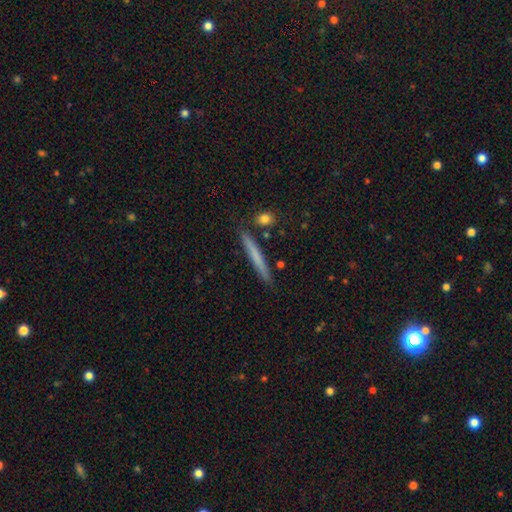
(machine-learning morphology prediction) This is likely a smooth galaxy (64%). How rounded: clearly cigar-shaped (96%). Merging: clearly none (88%).